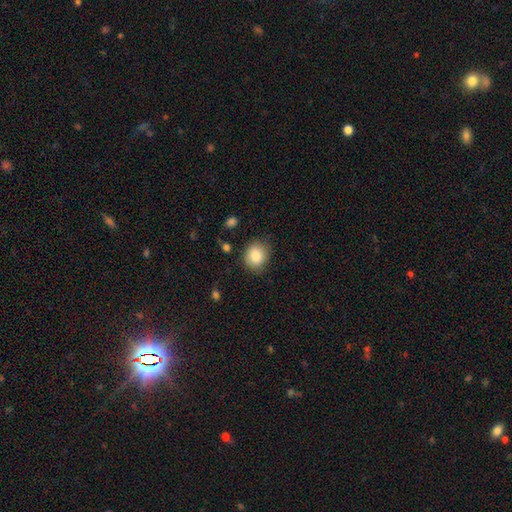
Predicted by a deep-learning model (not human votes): A smooth galaxy with no disk features (86%) that is round (63%).

Vote fractions:
- Smooth or featured? smooth: 86% / star or artifact: 8% / featured or disk: 6%
- How rounded? round: 63% / in between: 36% / cigar-shaped: 1%
- Merging? none: 78% / minor disturbance: 16% / major disturbance: 4% / merger: 2%